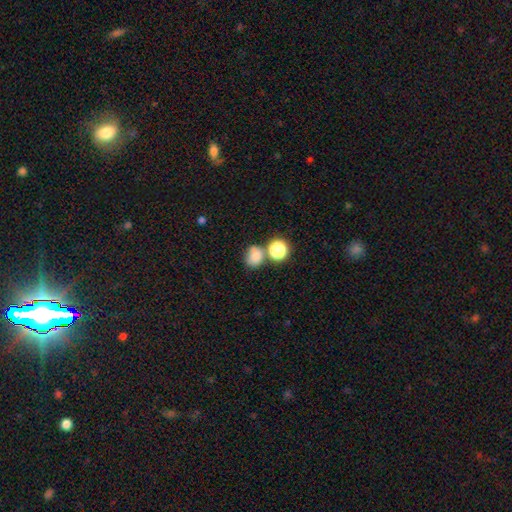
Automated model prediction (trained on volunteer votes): Smooth or featured? smooth (78%)
How rounded? round (63%)
Merging? none (55%)